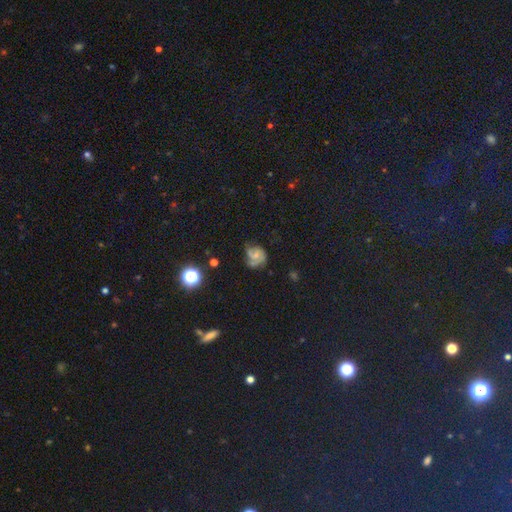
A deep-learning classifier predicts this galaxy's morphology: Smooth or featured? featured or disk (54%)
Edge-on disk? no (98%)
Bar? no (69%)
Spiral arms? yes (83%)
Bulge size? small (55%)
Merging? none (48%)